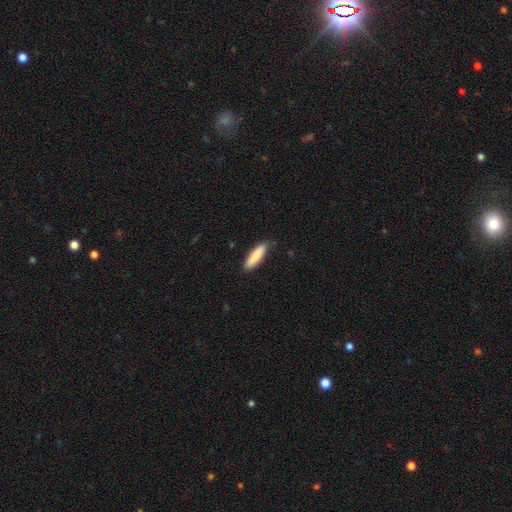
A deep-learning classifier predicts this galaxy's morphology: Smooth or featured? smooth (82%)
How rounded? cigar-shaped (67%)
Merging? none (86%)